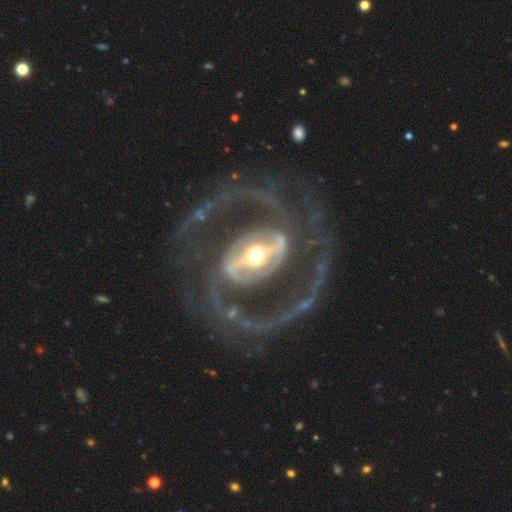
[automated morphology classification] Smooth or featured: featured or disk — 92% (star or artifact — 4%)
Edge-on disk: no — 96% (yes — 4%)
Bar: strong — 75% (weak — 17%)
Spiral arms: yes — 94% (no — 6%)
Spiral winding: medium — 54% (loose — 26%)
Spiral arm count: 2 — 85% (3 — 4%)
Bulge size: moderate — 65% (small — 21%)
Merging: none — 69% (major disturbance — 16%)